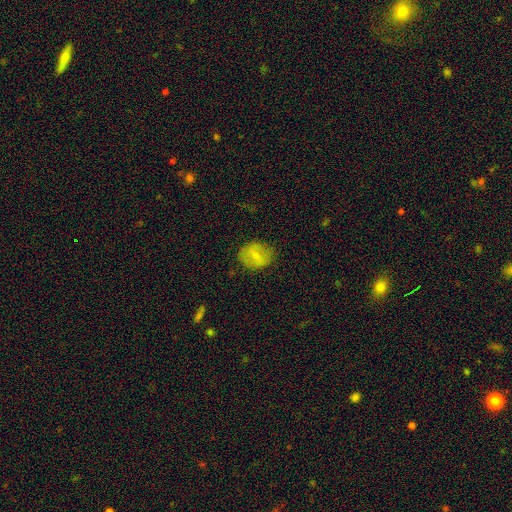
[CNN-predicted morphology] smooth-or-featured: smooth: 65% | featured or disk: 26% | star or artifact: 9%
  how-rounded: round: 52% | in between: 46% | cigar-shaped: 1%
  merging: none: 79% | minor disturbance: 15% | major disturbance: 5% | merger: 1%